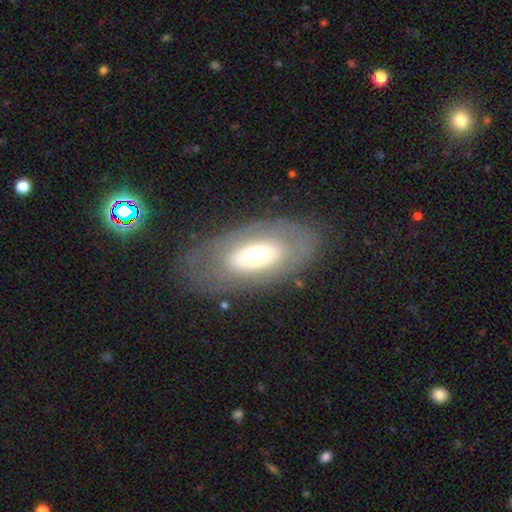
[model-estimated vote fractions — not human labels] Smooth or featured? featured or disk (50%)
Edge-on disk? no (86%)
Merging? none (77%)